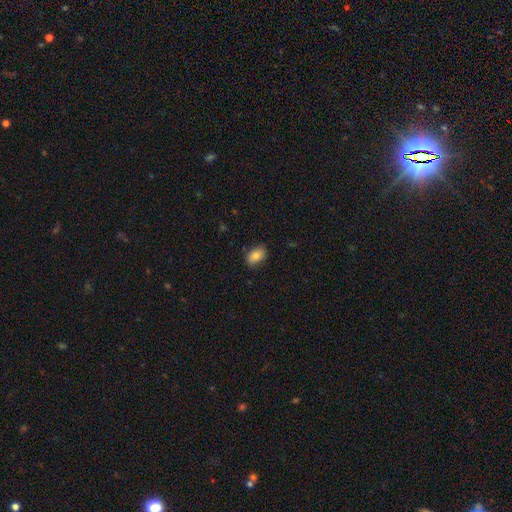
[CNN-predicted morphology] Smooth or featured?
  - smooth: 82% *
  - featured or disk: 10%
  - star or artifact: 8%
How rounded?
  - in between: 88% *
  - round: 10%
  - cigar-shaped: 2%
Merging?
  - none: 83% *
  - minor disturbance: 14%
  - major disturbance: 2%
  - merger: 1%